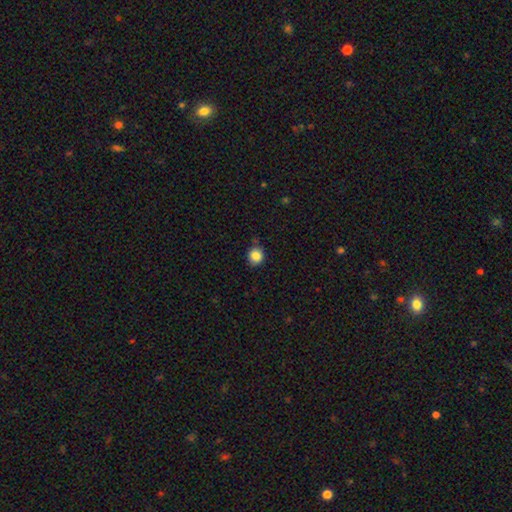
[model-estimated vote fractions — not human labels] The model was most divided on "how rounded": round: 79%, in between: 20%, cigar-shaped: 1%. More confident: smooth or featured — smooth (85%); merging — none (81%).